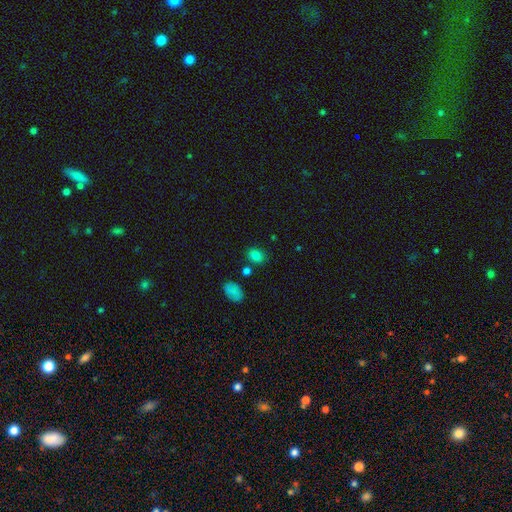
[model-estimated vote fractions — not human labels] smooth_or_featured: smooth (p=0.82) [alt: star or artifact p=0.12]
how_rounded: in between (p=0.60) [alt: round p=0.39]
merging: none (p=0.77) [alt: minor disturbance p=0.11]